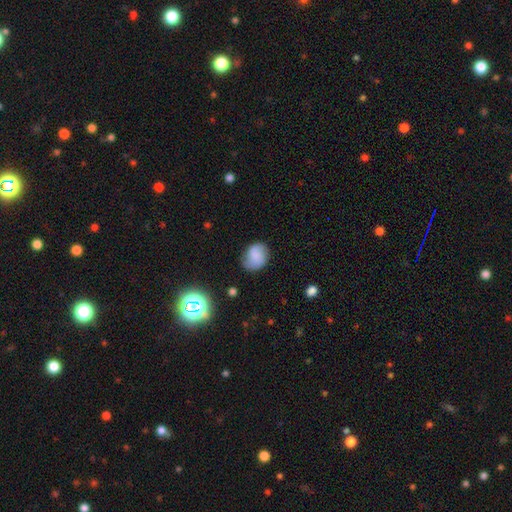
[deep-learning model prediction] A smooth galaxy with no disk features (62%) that is round (53%). Merging: none (68%).